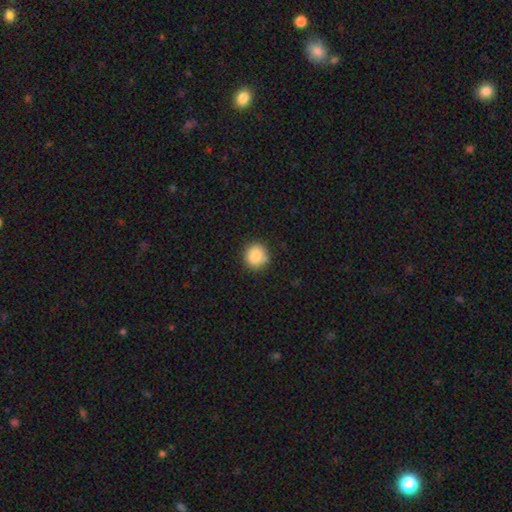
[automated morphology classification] A smooth galaxy with no disk features (87%) that is round (90%). Merging: none (83%).